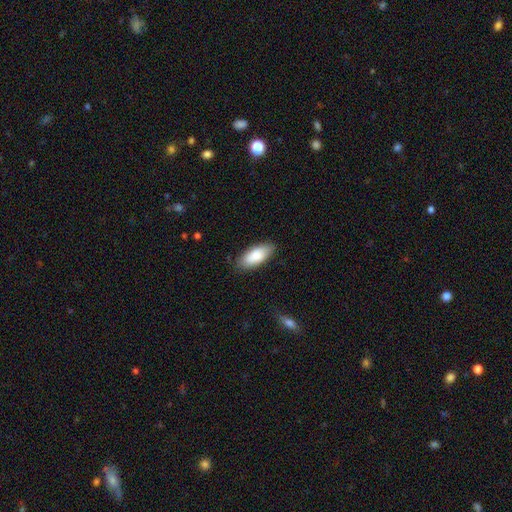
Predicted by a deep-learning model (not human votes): smooth_or_featured: smooth (p=0.85) [alt: featured or disk p=0.09]
how_rounded: in between (p=0.83) [alt: cigar-shaped p=0.15]
merging: none (p=0.83) [alt: minor disturbance p=0.14]